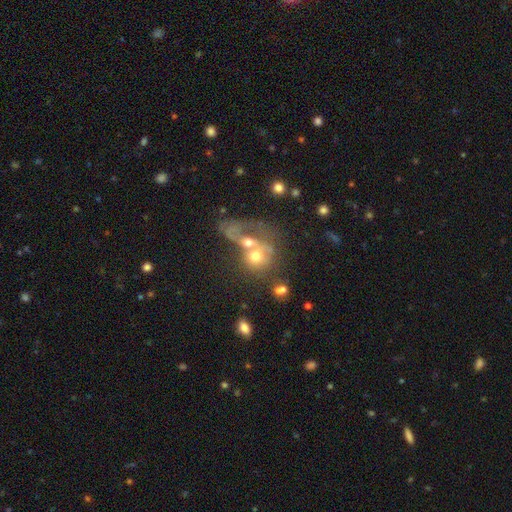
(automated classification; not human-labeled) Smooth or featured?
  - smooth: 49% *
  - featured or disk: 38%
  - star or artifact: 13%
Merging?
  - merger: 68% *
  - major disturbance: 14%
  - none: 12%
  - minor disturbance: 6%